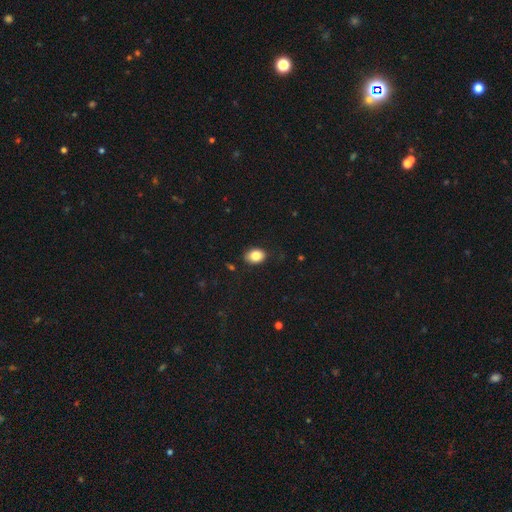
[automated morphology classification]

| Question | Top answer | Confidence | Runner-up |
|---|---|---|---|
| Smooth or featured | smooth | 84% | star or artifact (8%) |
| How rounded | in between | 73% | round (26%) |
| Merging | none | 85% | minor disturbance (12%) |